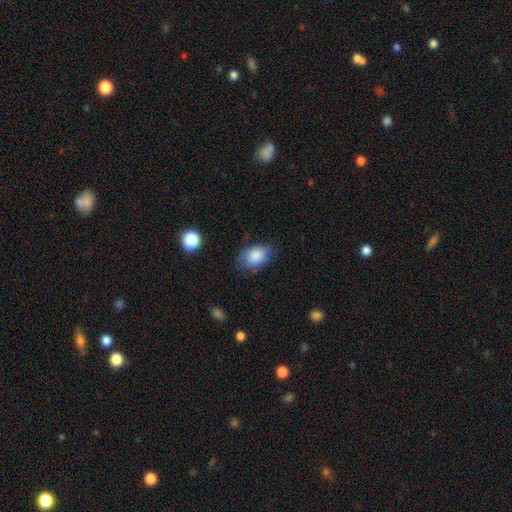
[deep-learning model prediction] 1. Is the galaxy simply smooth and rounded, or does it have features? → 83% smooth, 9% featured or disk, 7% star or artifact.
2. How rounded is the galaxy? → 86% in between, 13% round, 1% cigar-shaped.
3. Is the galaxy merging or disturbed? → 72% none, 20% minor disturbance, 6% major disturbance, 2% merger.